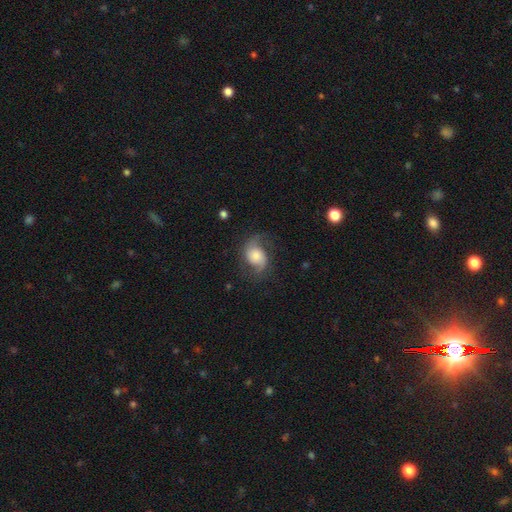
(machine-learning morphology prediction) This appears to be a featured or disk galaxy (66%) with no bar (67%), 2 (87%) loose (48%) spiral arms (93%) and a moderate central bulge (34%). Merging: none (64%).